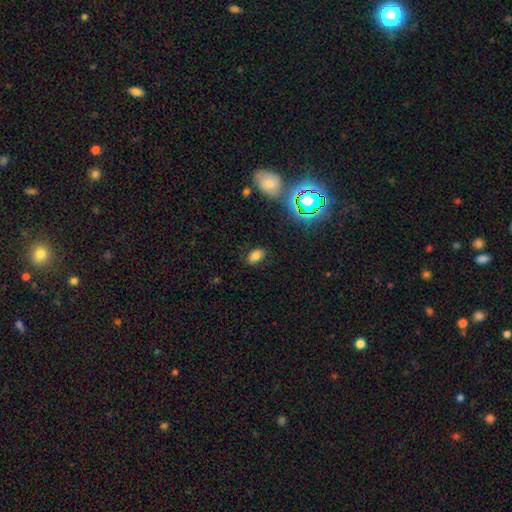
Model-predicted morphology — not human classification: Smooth or featured: smooth — 75% (star or artifact — 17%)
How rounded: in between — 87% (round — 11%)
Merging: none — 83% (minor disturbance — 12%)